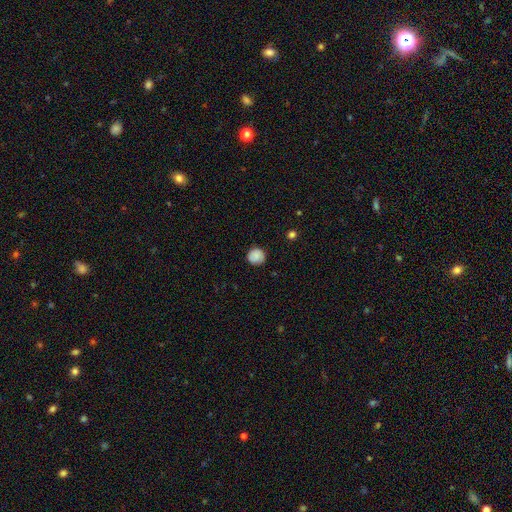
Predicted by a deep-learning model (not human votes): Overall: smooth (85%). How rounded: round (92%). Merging: none (85%).